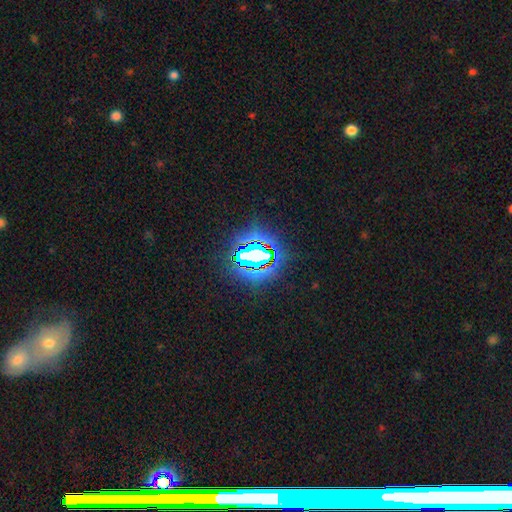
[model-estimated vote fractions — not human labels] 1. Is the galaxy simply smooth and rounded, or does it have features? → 73% star or artifact, 16% smooth, 11% featured or disk.